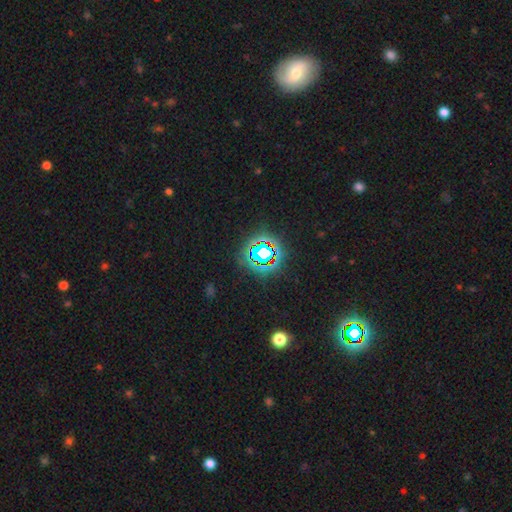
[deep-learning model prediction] A star or artifact, not a galaxy (78%).

Vote fractions:
- Smooth or featured? star or artifact: 78% / smooth: 13% / featured or disk: 8%